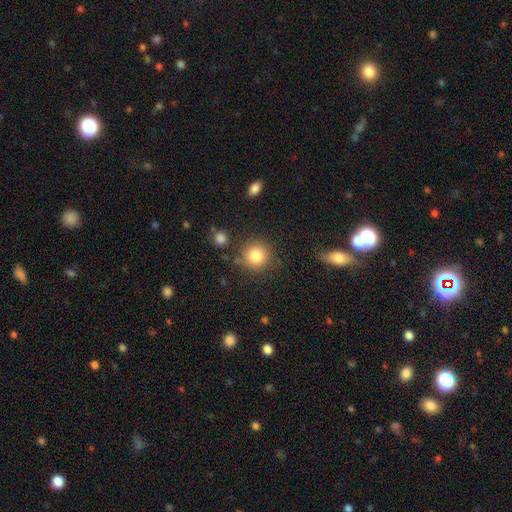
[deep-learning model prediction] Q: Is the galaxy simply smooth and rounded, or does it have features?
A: smooth — 83%.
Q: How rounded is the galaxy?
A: round — 92%.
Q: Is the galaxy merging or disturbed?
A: none — 83%.